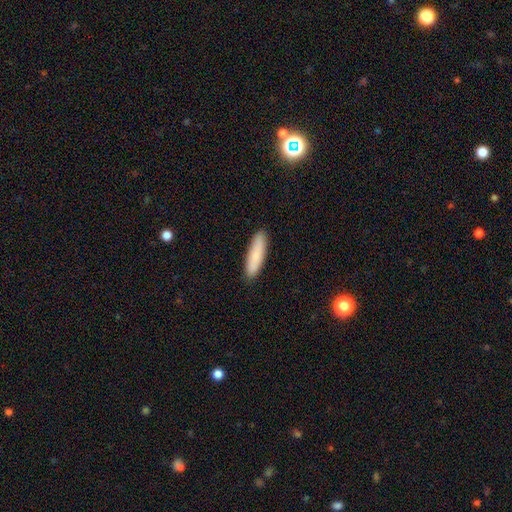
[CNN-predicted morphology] The model was most divided on "how rounded": cigar-shaped: 73%, in between: 25%, round: 2%. More confident: merging — none (90%); smooth or featured — smooth (84%).